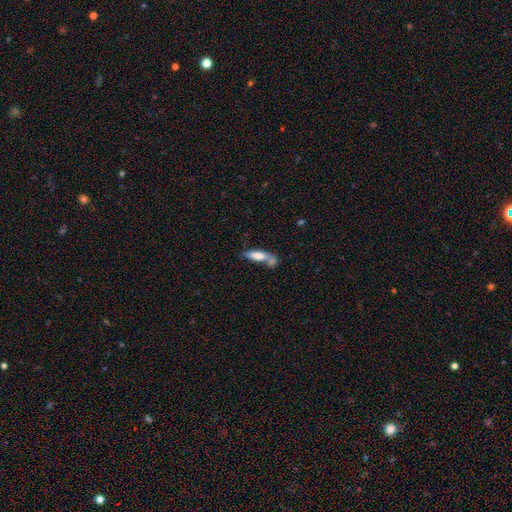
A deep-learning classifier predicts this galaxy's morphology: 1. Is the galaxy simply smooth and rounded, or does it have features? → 62% smooth, 29% featured or disk, 9% star or artifact.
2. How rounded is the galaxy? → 59% cigar-shaped, 39% in between, 3% round.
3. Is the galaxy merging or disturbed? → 41% none, 34% merger, 16% minor disturbance, 9% major disturbance.